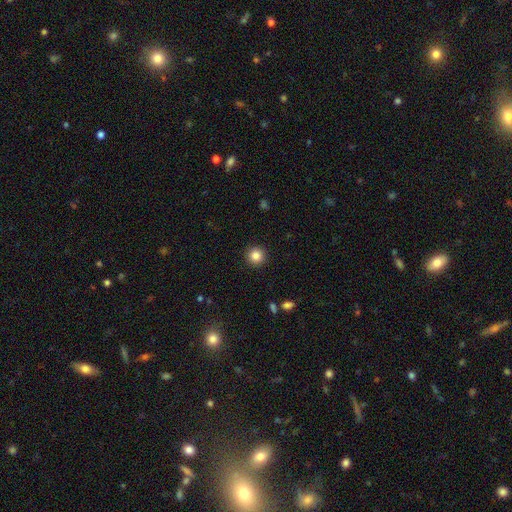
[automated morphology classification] This is clearly a smooth galaxy (84%). How rounded: clearly round (95%). Merging: clearly none (93%).